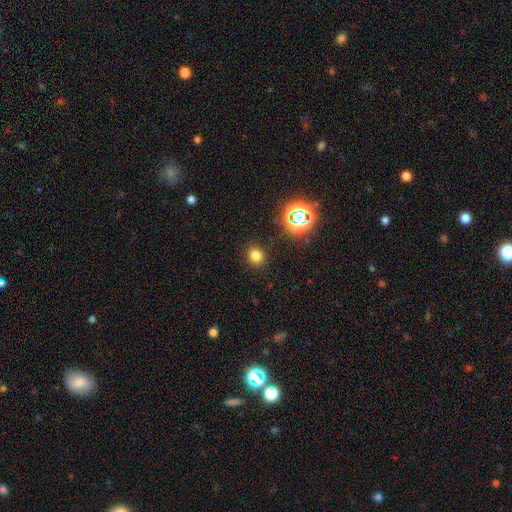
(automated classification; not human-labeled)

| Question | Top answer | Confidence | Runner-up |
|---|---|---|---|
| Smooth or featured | smooth | 75% | star or artifact (19%) |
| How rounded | round | 80% | in between (19%) |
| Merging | none | 89% | minor disturbance (7%) |